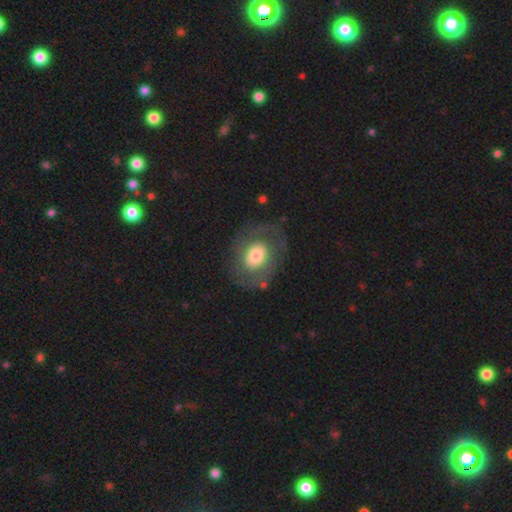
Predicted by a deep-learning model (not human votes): The model was most divided on "smooth or featured": smooth: 50%, featured or disk: 43%, star or artifact: 7%. More confident: merging — none (71%); how rounded — in between (56%).